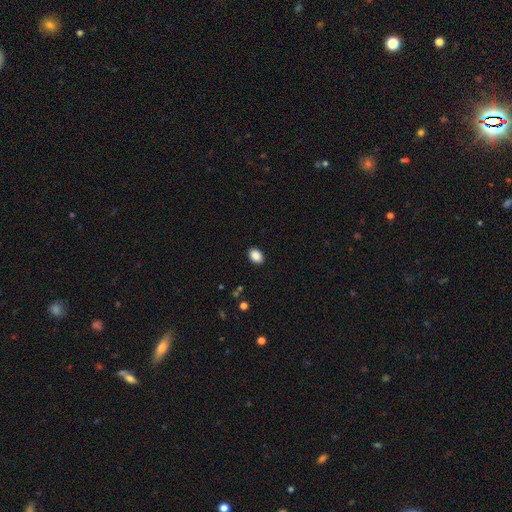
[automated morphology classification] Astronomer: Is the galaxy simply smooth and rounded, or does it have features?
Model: smooth — 89%.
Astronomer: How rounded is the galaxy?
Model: in between — 77%.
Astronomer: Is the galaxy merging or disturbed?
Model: none — 90%.